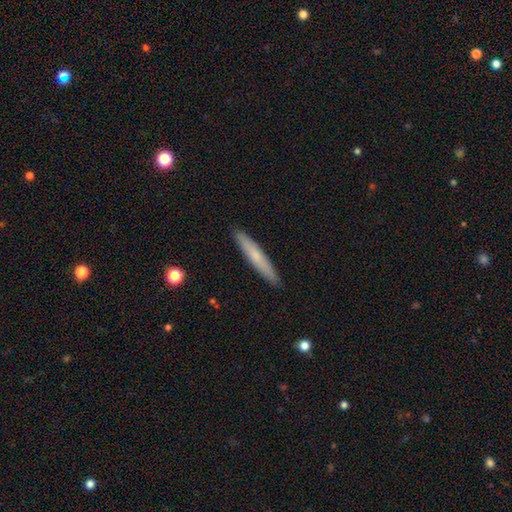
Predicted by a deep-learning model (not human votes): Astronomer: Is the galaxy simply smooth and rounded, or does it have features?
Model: smooth — 63%.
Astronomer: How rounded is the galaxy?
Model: cigar-shaped — 95%.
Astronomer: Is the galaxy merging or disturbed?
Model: none — 91%.